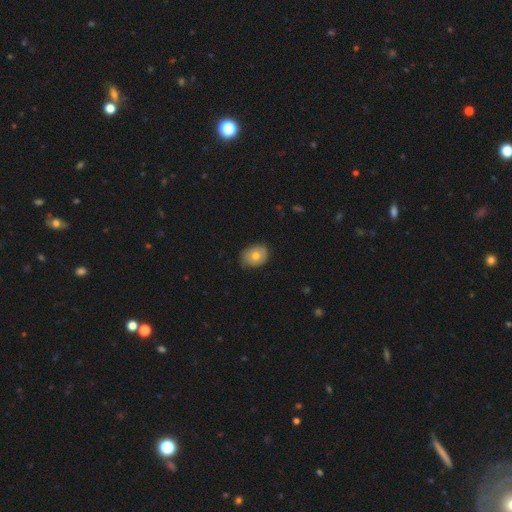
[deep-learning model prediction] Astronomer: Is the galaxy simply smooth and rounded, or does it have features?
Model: smooth — 73%.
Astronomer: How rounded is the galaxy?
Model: in between — 57% (runner-up: round, 42%).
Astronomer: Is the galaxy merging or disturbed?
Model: none — 76%.